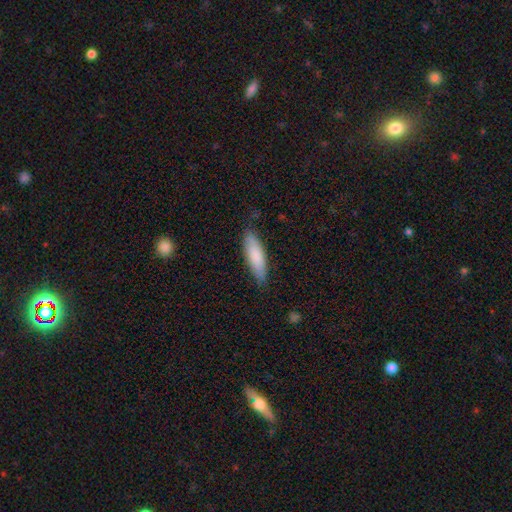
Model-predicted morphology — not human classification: Smooth or featured? Predicted: smooth (p=0.83). How rounded? Predicted: cigar-shaped (p=0.54). Merging? Predicted: none (p=0.81).